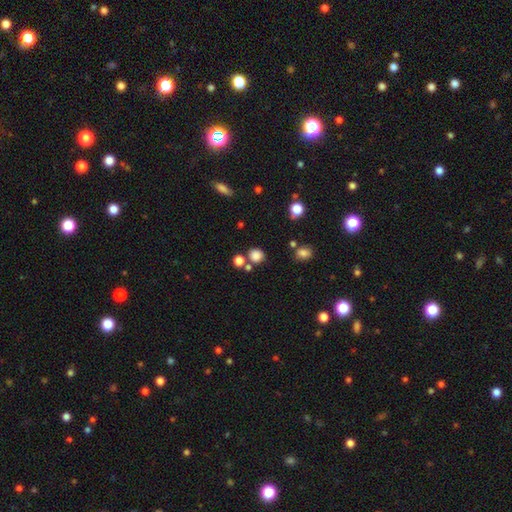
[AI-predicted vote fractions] smooth-or-featured: smooth: 80% | star or artifact: 14% | featured or disk: 5%
  how-rounded: round: 85% | in between: 14% | cigar-shaped: 1%
  merging: none: 71% | merger: 16% | minor disturbance: 9% | major disturbance: 4%